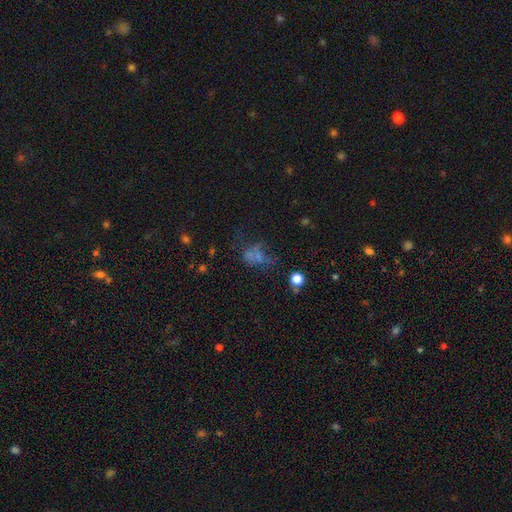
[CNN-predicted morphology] This is marginally a smooth galaxy (41%). Merging: marginally none (37%).